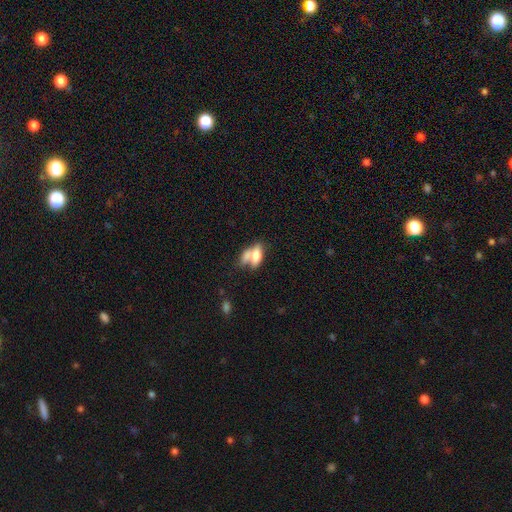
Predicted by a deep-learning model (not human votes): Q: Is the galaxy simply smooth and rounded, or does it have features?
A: smooth — 66%.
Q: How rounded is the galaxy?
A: in between — 76%.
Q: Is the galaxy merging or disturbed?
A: merger — 56%.